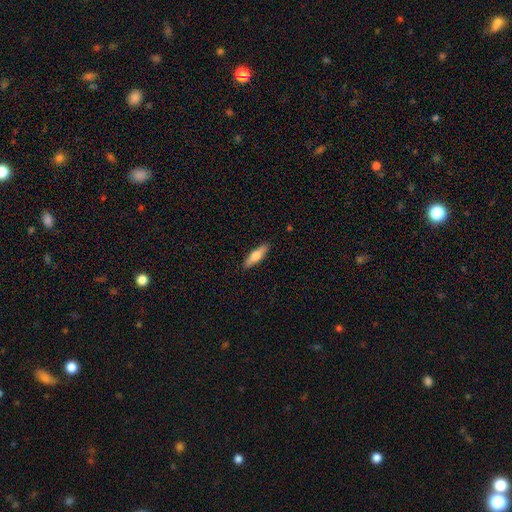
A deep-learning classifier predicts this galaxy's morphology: A smooth galaxy with no disk features (59%) that is cigar-shaped (63%).

Vote fractions:
- Smooth or featured? smooth: 59% / featured or disk: 36% / star or artifact: 5%
- How rounded? cigar-shaped: 63% / in between: 35% / round: 2%
- Merging? none: 90% / minor disturbance: 8% / major disturbance: 2% / merger: 1%